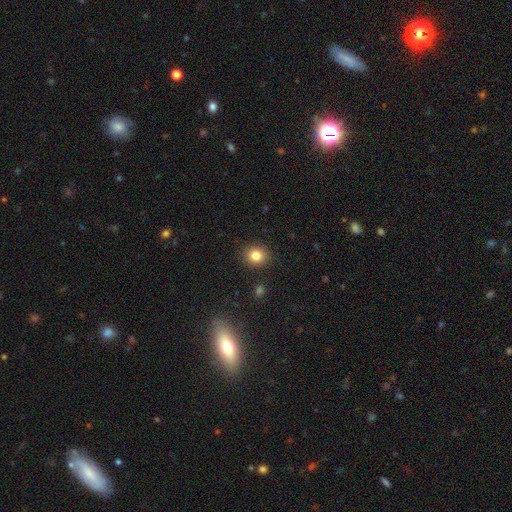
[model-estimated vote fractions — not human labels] smooth 82%, star or artifact 11%, featured or disk 6%. Down the decision tree: how rounded — round (72%); merging — none (90%).